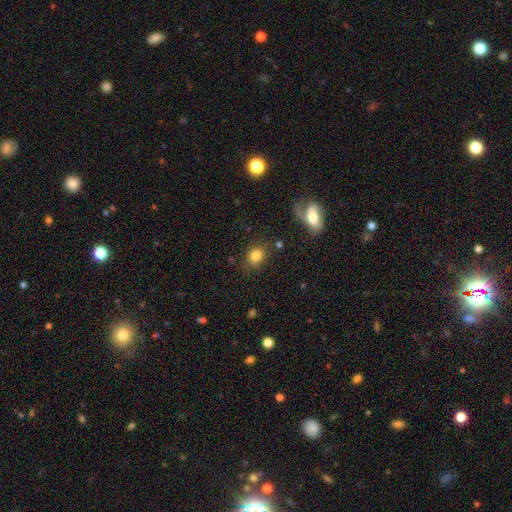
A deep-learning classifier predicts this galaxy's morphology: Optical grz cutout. It shows a smooth galaxy with no disk features (82%) that is round (54%). Merging: none (79%).